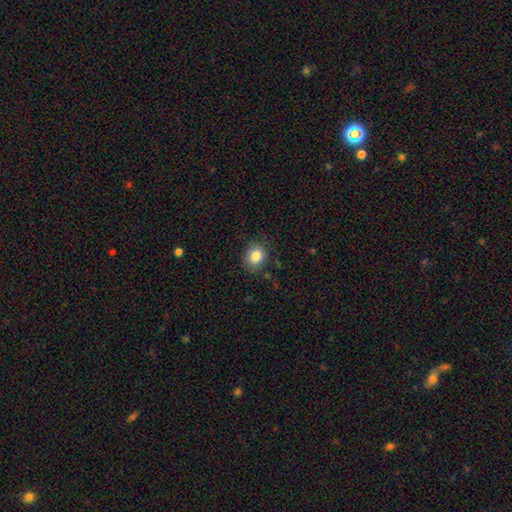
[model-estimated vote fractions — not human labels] smooth-or-featured: smooth: 84% | star or artifact: 10% | featured or disk: 6%
  how-rounded: round: 70% | in between: 30% | cigar-shaped: 1%
  merging: none: 82% | minor disturbance: 13% | major disturbance: 4% | merger: 2%